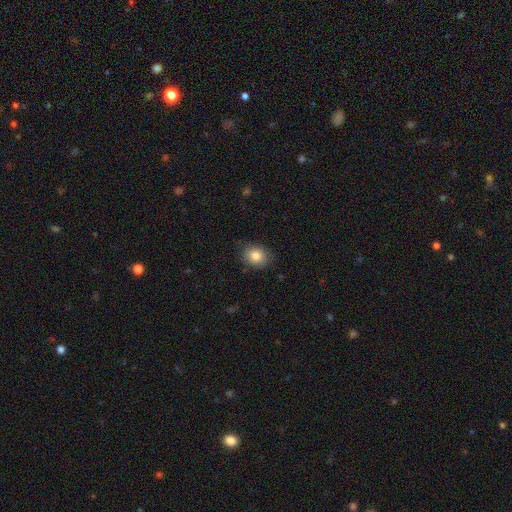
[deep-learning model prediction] The model was most divided on "how rounded": in between: 53%, round: 46%, cigar-shaped: 1%. More confident: smooth or featured — smooth (83%); merging — none (83%).